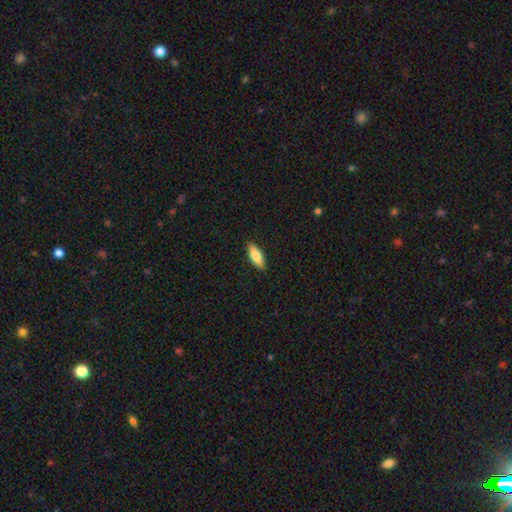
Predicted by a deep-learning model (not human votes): A smooth galaxy with no disk features (78%) that is in between round and cigar-shaped (65%). Merging: none (89%).